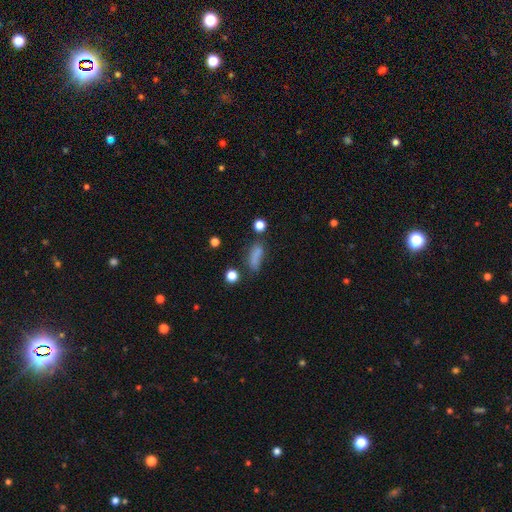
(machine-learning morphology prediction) Smooth or featured? smooth (73%)
How rounded? in between (62%)
Merging? none (48%)